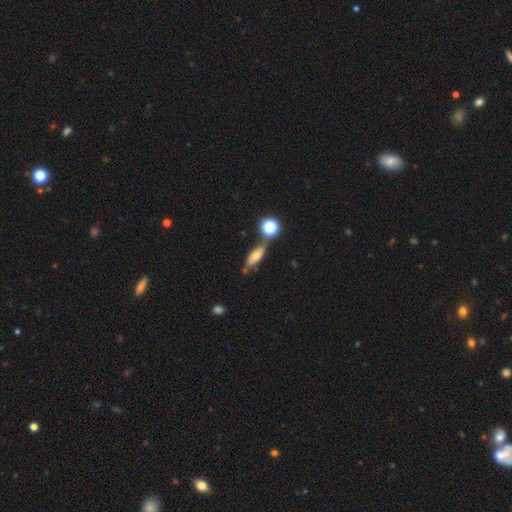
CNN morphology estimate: This appears to be a smooth galaxy with no disk features (55%) that is cigar-shaped (47%). Merging: none (59%).